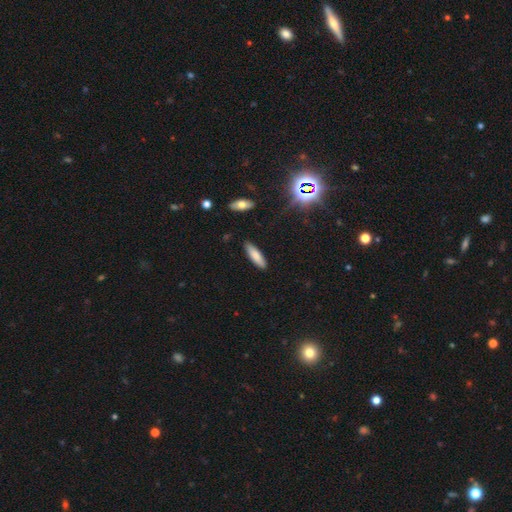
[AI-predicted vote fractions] The model was most divided on "how rounded": cigar-shaped: 59%, in between: 39%, round: 2%. More confident: merging — none (88%); smooth or featured — smooth (80%).